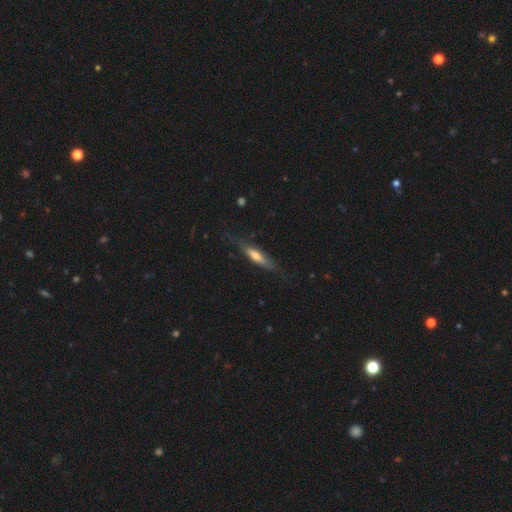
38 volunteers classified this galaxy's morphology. Q: Smooth or featured?
A: featured or disk (66%); runner-up: smooth (29%)
Q: Edge-on disk?
A: yes (88%); runner-up: no (12%)
Q: Edge-on bulge?
A: rounded (73%); runner-up: none (23%)
Q: Merging?
A: none (78%); runner-up: minor disturbance (14%)